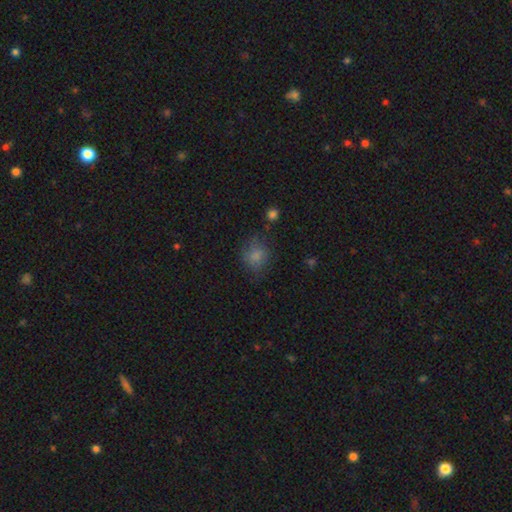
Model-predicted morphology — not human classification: This appears to be a smooth galaxy with no disk features (78%) that is round (71%). Merging: none (64%).